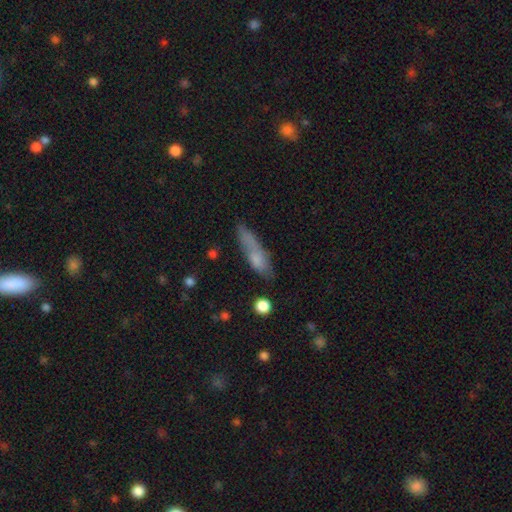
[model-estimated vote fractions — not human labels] Smooth or featured? Predicted: smooth (p=0.68). How rounded? Predicted: cigar-shaped (p=0.68). Merging? Predicted: none (p=0.54).